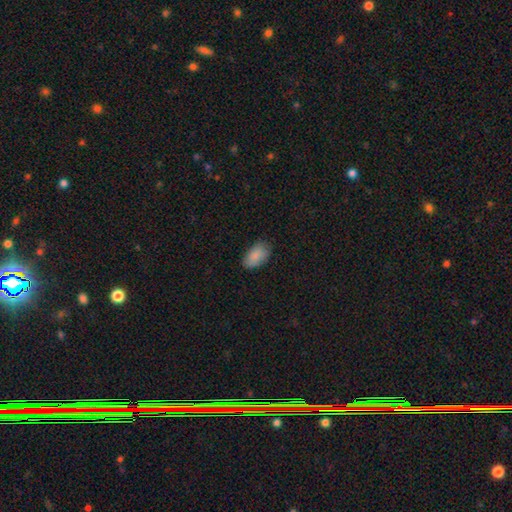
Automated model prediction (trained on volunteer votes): A smooth galaxy with no disk features (88%) that is in between round and cigar-shaped (94%).

Vote fractions:
- Smooth or featured? smooth: 88% / star or artifact: 7% / featured or disk: 5%
- How rounded? in between: 94% / round: 5% / cigar-shaped: 2%
- Merging? none: 81% / minor disturbance: 15% / major disturbance: 3% / merger: 1%